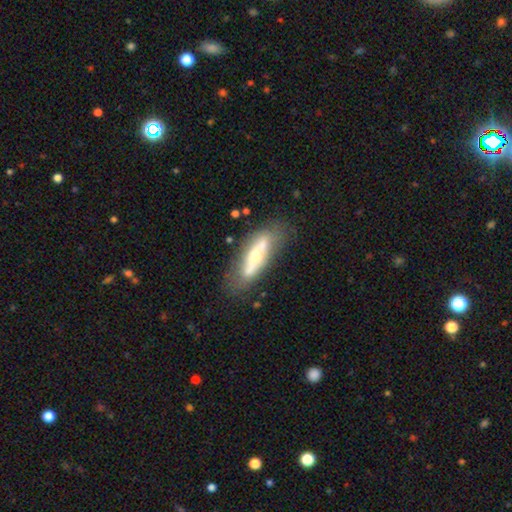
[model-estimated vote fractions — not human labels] A featured or disk galaxy (56%). Merging: none (73%).